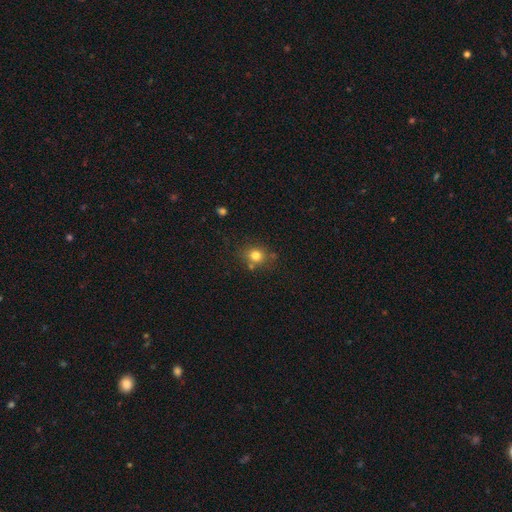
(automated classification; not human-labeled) smooth 79%, star or artifact 13%, featured or disk 9%. Down the decision tree: how rounded — round (75%); merging — none (72%).